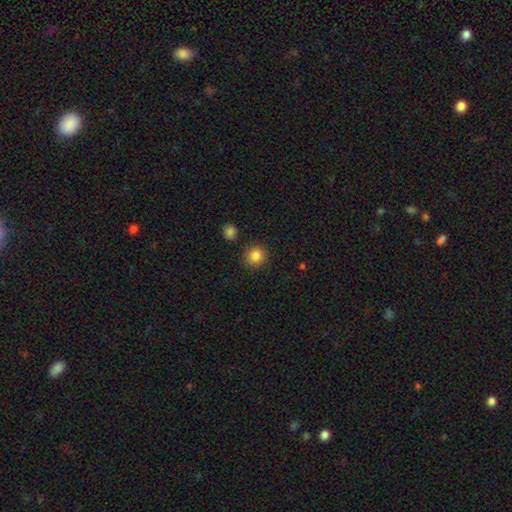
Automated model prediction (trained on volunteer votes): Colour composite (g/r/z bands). It shows a smooth galaxy with no disk features (85%) that is round (90%). Merging: none (88%).